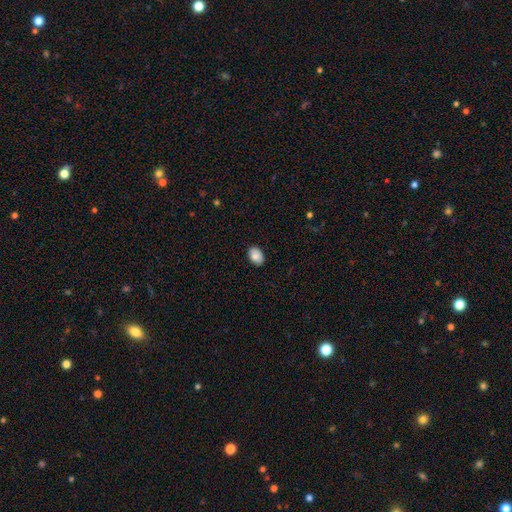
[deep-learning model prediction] Smooth or featured? smooth (86%)
How rounded? in between (85%)
Merging? none (88%)